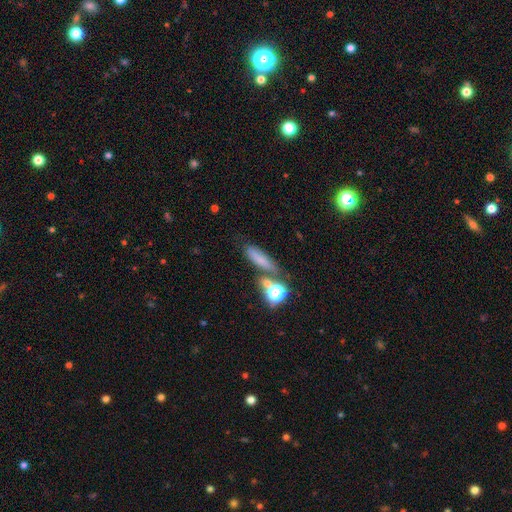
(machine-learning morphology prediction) This appears to be a smooth galaxy with no disk features (63%) that is cigar-shaped (58%). Merging: none (62%).